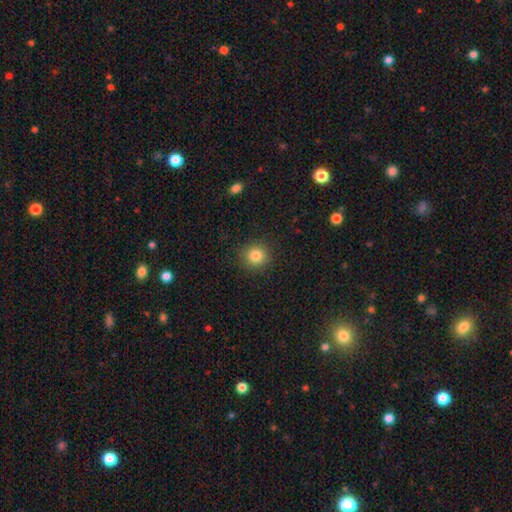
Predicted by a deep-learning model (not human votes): Smooth or featured: smooth — 83% (star or artifact — 11%)
How rounded: round — 89% (in between — 10%)
Merging: none — 90% (minor disturbance — 7%)